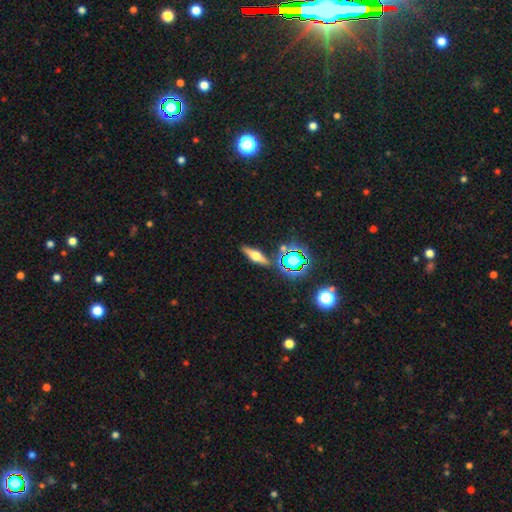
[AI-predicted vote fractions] Morphology: type=featured or disk (54%); edge-on=yes (92%); merging=none (83%).